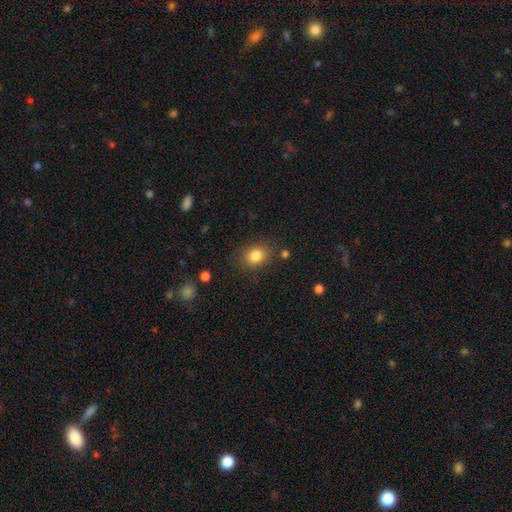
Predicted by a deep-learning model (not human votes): smooth_or_featured: smooth (p=0.83) [alt: star or artifact p=0.10]
how_rounded: in between (p=0.53) [alt: round p=0.46]
merging: none (p=0.82) [alt: minor disturbance p=0.12]